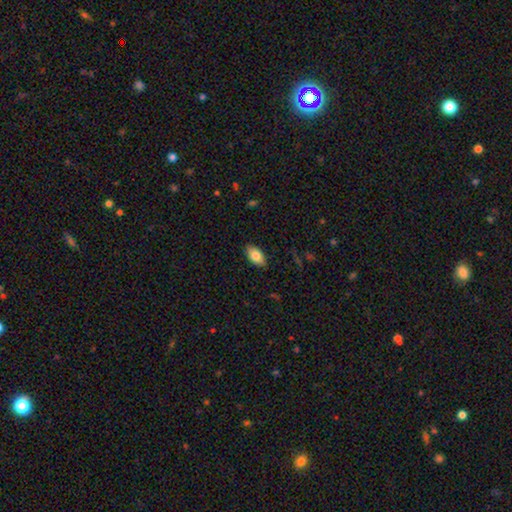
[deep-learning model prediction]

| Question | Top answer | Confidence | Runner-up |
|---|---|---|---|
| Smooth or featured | smooth | 82% | featured or disk (10%) |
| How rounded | in between | 93% | round (4%) |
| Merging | none | 86% | minor disturbance (10%) |